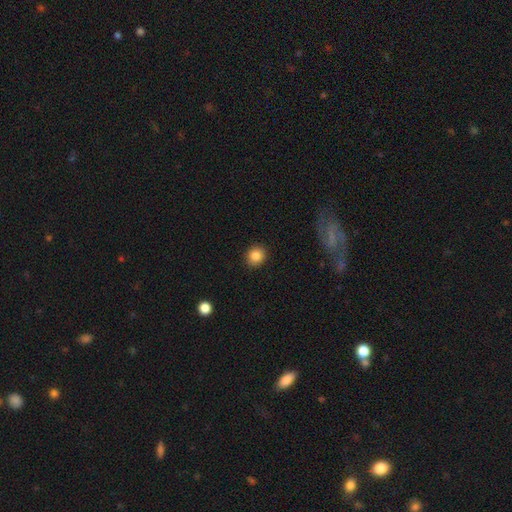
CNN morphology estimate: A smooth galaxy with no disk features (86%) that is round (80%).

Vote fractions:
- Smooth or featured? smooth: 86% / star or artifact: 10% / featured or disk: 5%
- How rounded? round: 80% / in between: 19% / cigar-shaped: 1%
- Merging? none: 91% / minor disturbance: 6% / major disturbance: 2% / merger: 1%